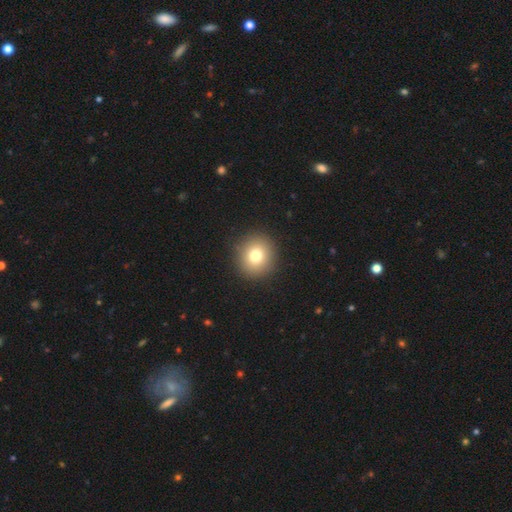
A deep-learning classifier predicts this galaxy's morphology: Smooth or featured? smooth (77%)
How rounded? round (89%)
Merging? none (92%)